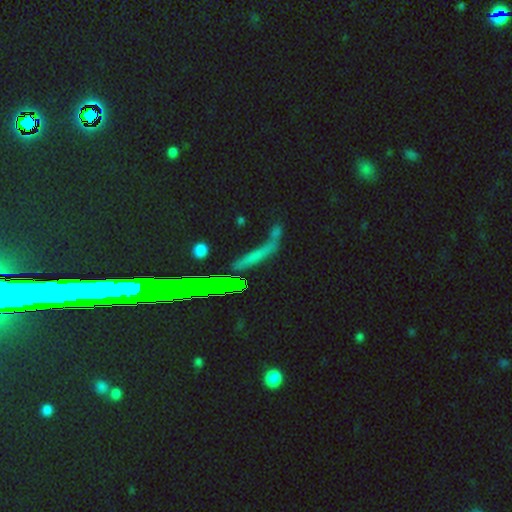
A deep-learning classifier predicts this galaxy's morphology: Smooth or featured? star or artifact (51%)